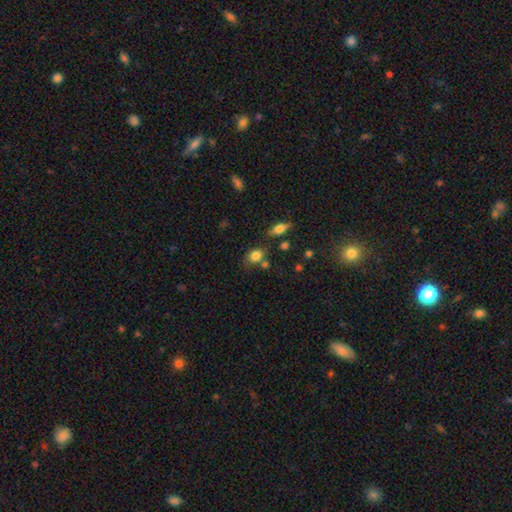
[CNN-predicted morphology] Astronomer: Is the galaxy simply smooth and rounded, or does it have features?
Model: smooth — 81%.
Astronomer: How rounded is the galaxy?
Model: in between — 61% (runner-up: round, 37%).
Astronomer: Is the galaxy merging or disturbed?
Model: none — 64%.